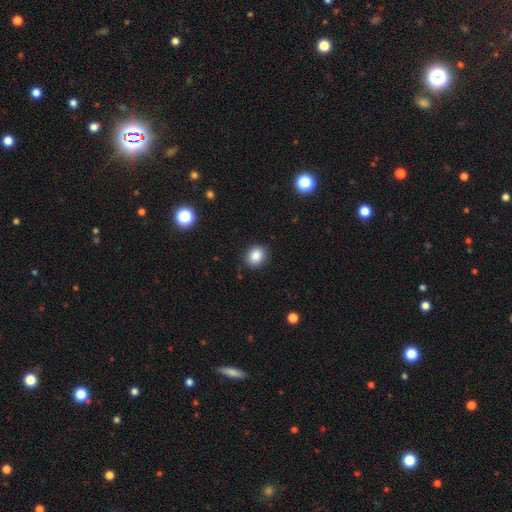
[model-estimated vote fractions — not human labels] A smooth galaxy with no disk features (86%) that is round (63%). Merging: none (88%).